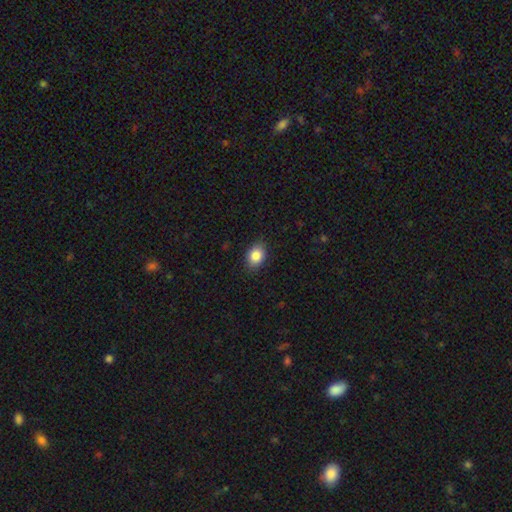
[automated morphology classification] A smooth galaxy with no disk features (85%) that is in between round and cigar-shaped (70%).

Vote fractions:
- Smooth or featured? smooth: 85% / star or artifact: 9% / featured or disk: 6%
- How rounded? in between: 70% / round: 29% / cigar-shaped: 1%
- Merging? none: 86% / minor disturbance: 11% / major disturbance: 2% / merger: 1%